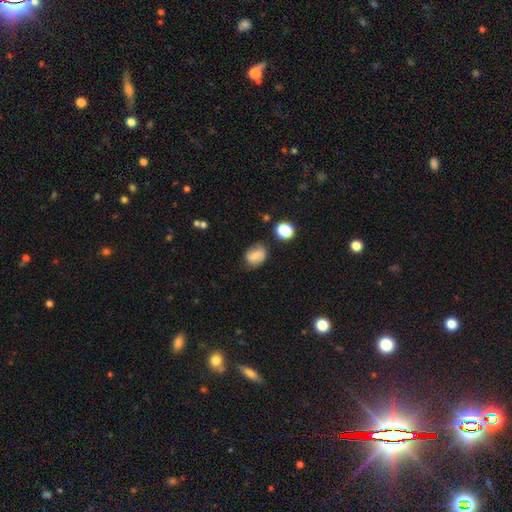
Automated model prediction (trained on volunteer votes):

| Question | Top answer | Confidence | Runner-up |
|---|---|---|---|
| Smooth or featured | smooth | 64% | featured or disk (25%) |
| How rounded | in between | 61% | round (37%) |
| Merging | none | 72% | minor disturbance (20%) |